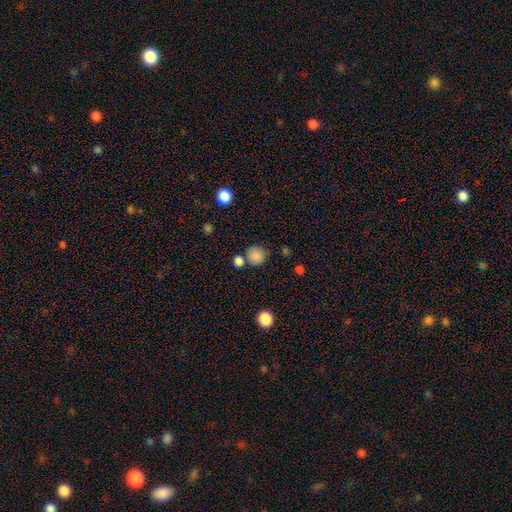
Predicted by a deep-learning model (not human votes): Smooth or featured? smooth (85%)
How rounded? round (90%)
Merging? none (73%)